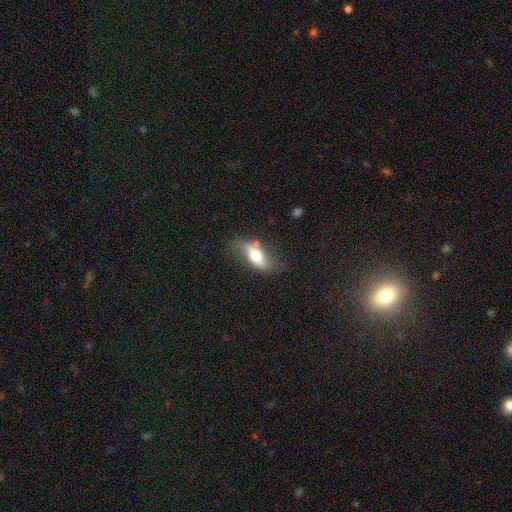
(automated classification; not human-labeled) Smooth or featured?
  - smooth: 51% *
  - featured or disk: 42%
  - star or artifact: 7%
How rounded?
  - in between: 79% *
  - cigar-shaped: 16%
  - round: 5%
Merging?
  - none: 63% *
  - minor disturbance: 24%
  - major disturbance: 9%
  - merger: 4%